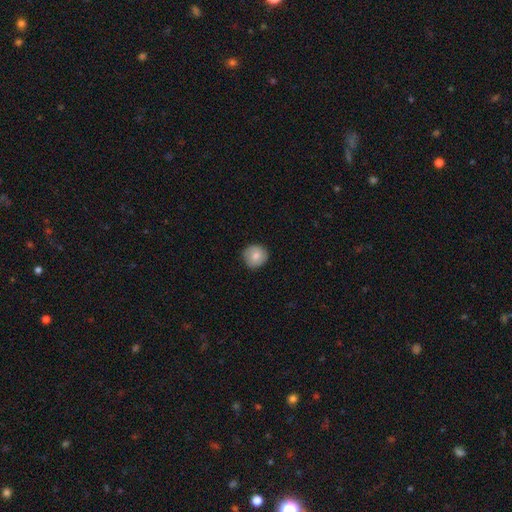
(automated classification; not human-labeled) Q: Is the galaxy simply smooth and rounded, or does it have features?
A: smooth — 79%.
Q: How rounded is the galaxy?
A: round — 93%.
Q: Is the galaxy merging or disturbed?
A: none — 86%.